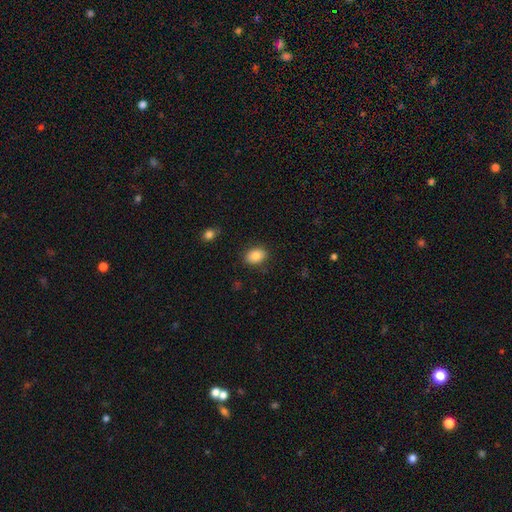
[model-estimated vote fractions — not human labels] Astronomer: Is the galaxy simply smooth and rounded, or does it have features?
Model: smooth — 84%.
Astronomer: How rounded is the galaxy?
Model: in between — 72%.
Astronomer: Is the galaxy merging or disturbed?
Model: none — 86%.